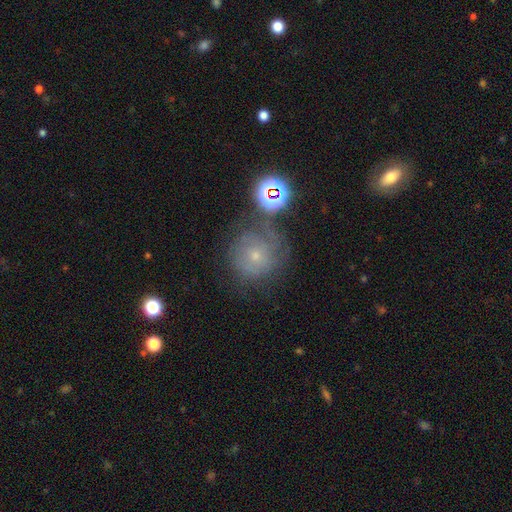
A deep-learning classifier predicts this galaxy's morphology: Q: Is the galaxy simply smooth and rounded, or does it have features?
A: featured or disk — 43%.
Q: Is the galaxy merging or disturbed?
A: none — 66%.